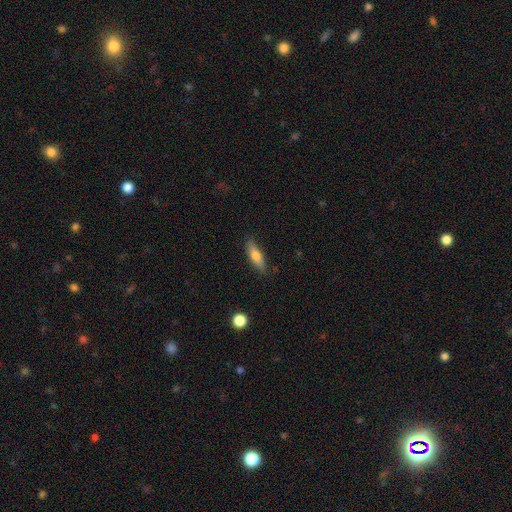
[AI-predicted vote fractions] Q: Smooth or featured?
A: smooth (69%); runner-up: featured or disk (25%)
Q: How rounded?
A: cigar-shaped (59%); runner-up: in between (39%)
Q: Merging?
A: none (84%); runner-up: minor disturbance (12%)